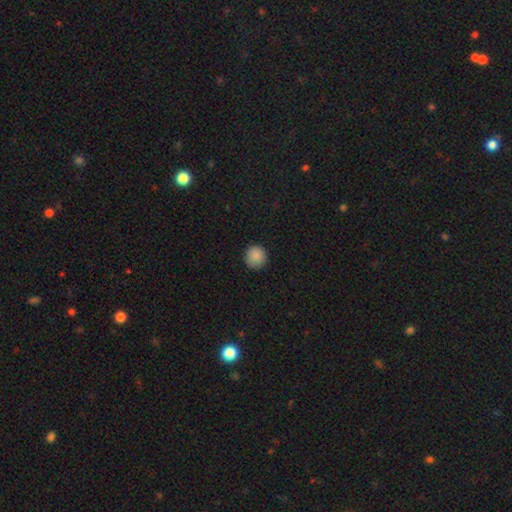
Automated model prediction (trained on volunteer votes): This is clearly a smooth galaxy (88%). How rounded: clearly round (93%). Merging: clearly none (91%).